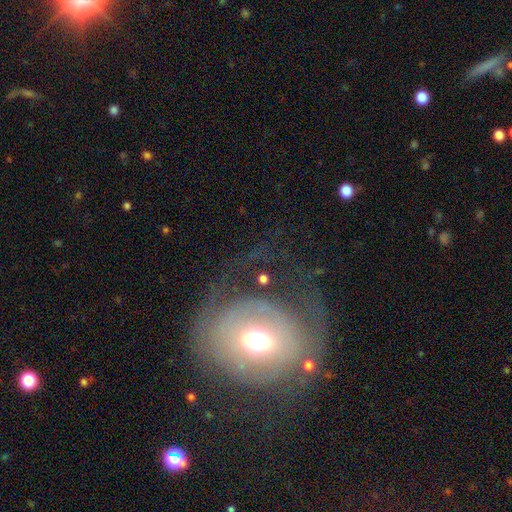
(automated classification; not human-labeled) A featured or disk galaxy (58%) with no bar (60%), spiral arms (56%) and a moderate central bulge (67%).

Vote fractions:
- Smooth or featured? featured or disk: 58% / smooth: 29% / star or artifact: 13%
- Edge-on disk? no: 95% / yes: 5%
- Bar? no: 60% / weak: 29% / strong: 12%
- Spiral arms? yes: 56% / no: 44%
- Bulge size? moderate: 67% / large: 17% / small: 12% / dominant: 3% / none: 1%
- Merging? none: 51% / major disturbance: 29% / minor disturbance: 18% / merger: 3%